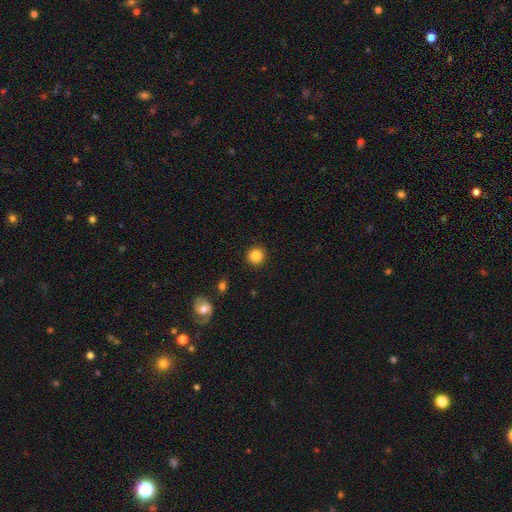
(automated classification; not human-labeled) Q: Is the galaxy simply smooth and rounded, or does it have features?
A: smooth — 86%.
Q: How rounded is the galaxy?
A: round — 94%.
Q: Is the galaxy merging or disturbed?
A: none — 92%.